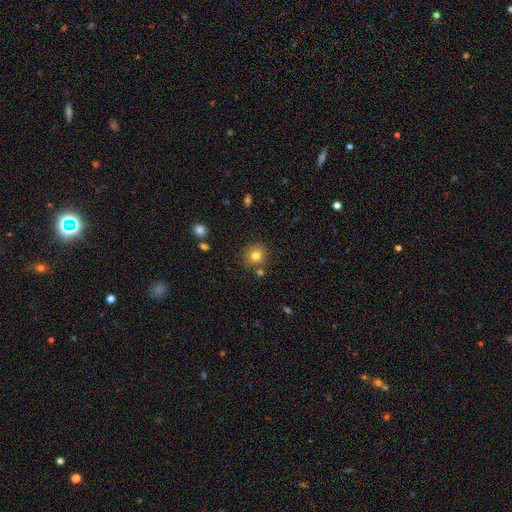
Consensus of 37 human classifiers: A smooth galaxy with no disk features (92%) that is round (85%).

Vote fractions:
- Smooth or featured? smooth: 92% / star or artifact: 8% / featured or disk: 0%
- How rounded? round: 85% / in between: 15% / cigar-shaped: 0%
- Merging? none: 76% / minor disturbance: 12% / merger: 9% / major disturbance: 3%